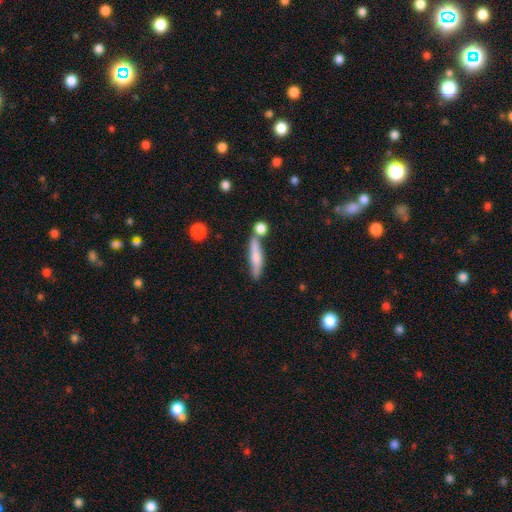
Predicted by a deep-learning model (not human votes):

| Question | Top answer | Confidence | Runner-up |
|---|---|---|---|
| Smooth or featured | smooth | 67% | featured or disk (27%) |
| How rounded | cigar-shaped | 80% | in between (17%) |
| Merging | none | 61% | merger (19%) |